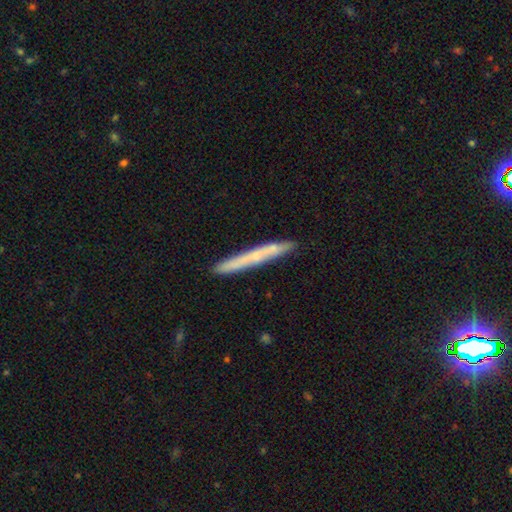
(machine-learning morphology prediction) Overall: smooth (52%; featured or disk 42%). How rounded: cigar-shaped (97%). Merging: none (87%).